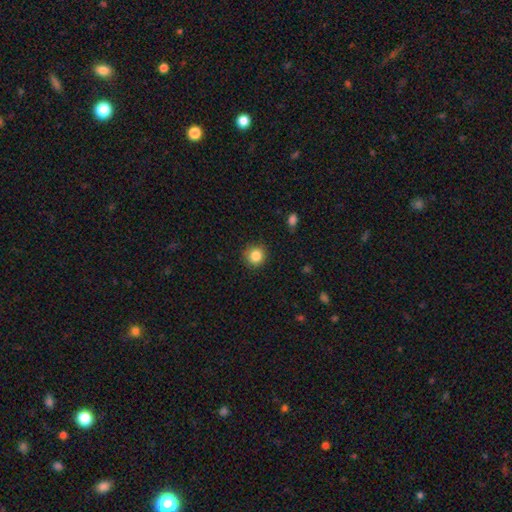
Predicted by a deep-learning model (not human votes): This appears to be a smooth galaxy with no disk features (85%) that is round (92%). Merging: none (88%).